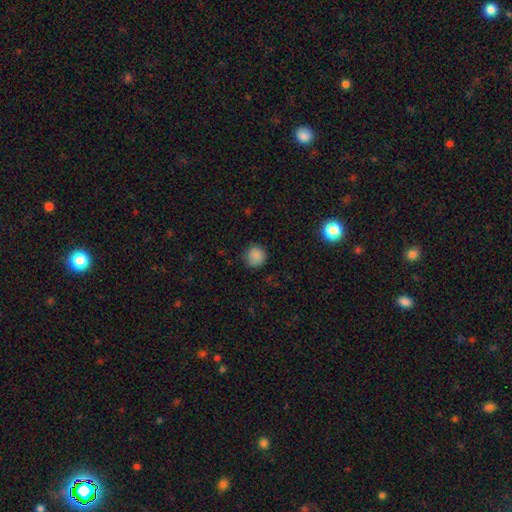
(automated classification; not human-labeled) This appears to be a smooth galaxy with no disk features (86%) that is round (93%). Merging: none (84%).